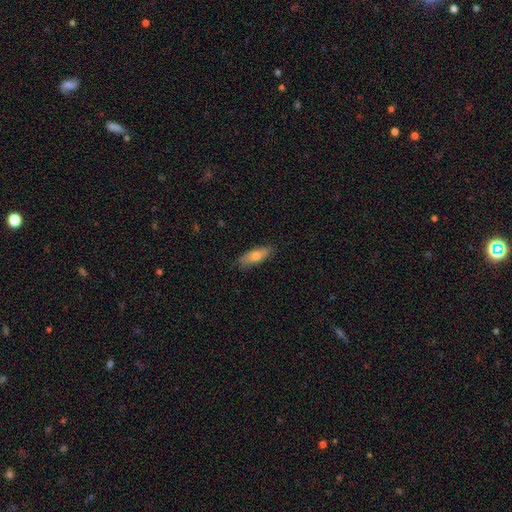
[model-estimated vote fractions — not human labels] Smooth or featured?
  - smooth: 72% *
  - featured or disk: 22%
  - star or artifact: 6%
How rounded?
  - in between: 62% *
  - cigar-shaped: 36%
  - round: 3%
Merging?
  - none: 81% *
  - minor disturbance: 15%
  - major disturbance: 3%
  - merger: 1%